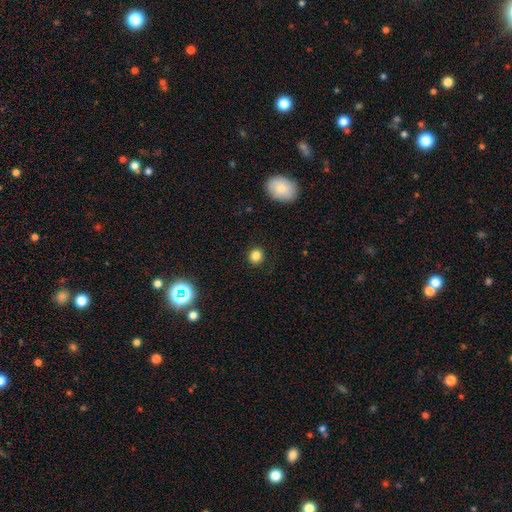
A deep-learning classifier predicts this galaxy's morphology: The model was most divided on "how rounded": round: 84%, in between: 15%, cigar-shaped: 1%. More confident: merging — none (89%); smooth or featured — smooth (83%).